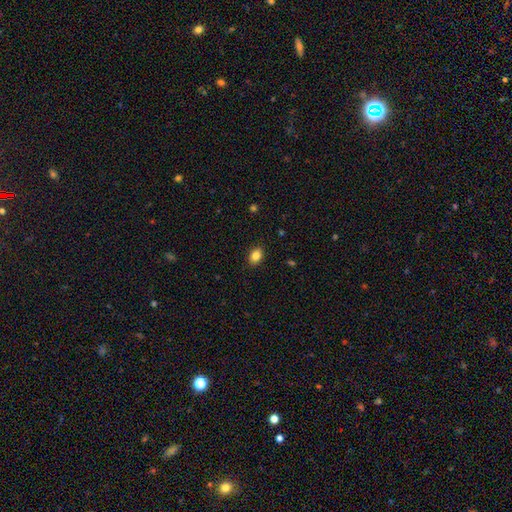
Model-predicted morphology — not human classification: smooth-or-featured: smooth: 85% | star or artifact: 9% | featured or disk: 6%
  how-rounded: in between: 76% | round: 22% | cigar-shaped: 1%
  merging: none: 89% | minor disturbance: 8% | major disturbance: 2% | merger: 1%